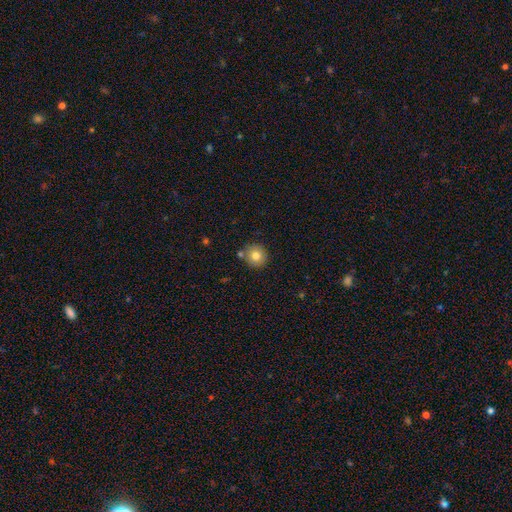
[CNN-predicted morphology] smooth_or_featured: smooth (p=0.79) [alt: star or artifact p=0.10]
how_rounded: round (p=0.93) [alt: in between p=0.06]
merging: none (p=0.79) [alt: merger p=0.09]